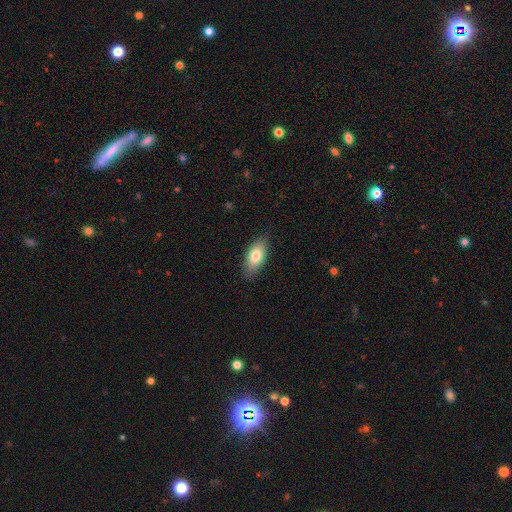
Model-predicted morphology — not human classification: smooth_or_featured: smooth (p=0.78) [alt: featured or disk p=0.15]
how_rounded: in between (p=0.89) [alt: cigar-shaped p=0.08]
merging: none (p=0.83) [alt: minor disturbance p=0.13]